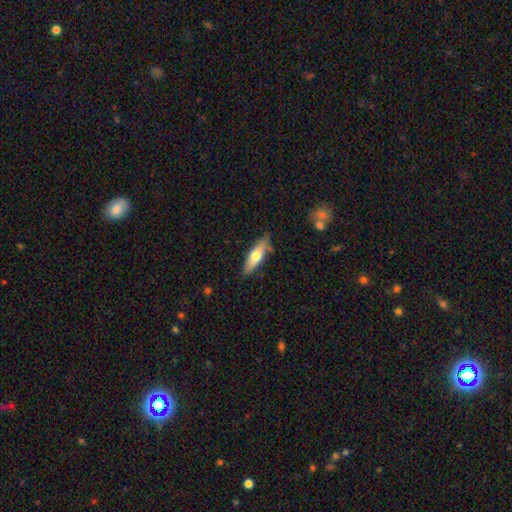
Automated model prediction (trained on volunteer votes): smooth_or_featured: smooth (p=0.58) [alt: featured or disk p=0.36]
how_rounded: cigar-shaped (p=0.58) [alt: in between p=0.40]
merging: none (p=0.80) [alt: minor disturbance p=0.15]